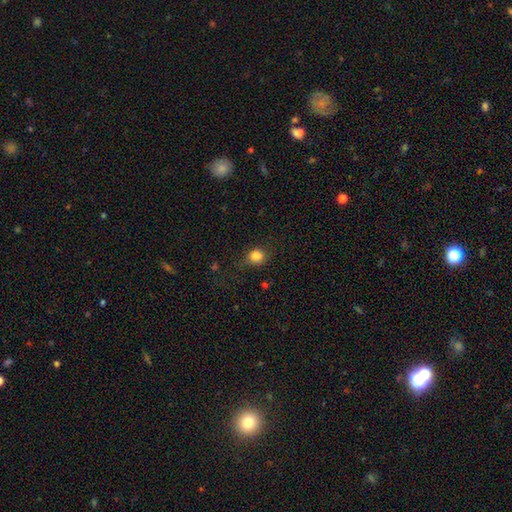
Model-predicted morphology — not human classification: Smooth or featured? smooth (83%)
How rounded? round (74%)
Merging? none (72%)